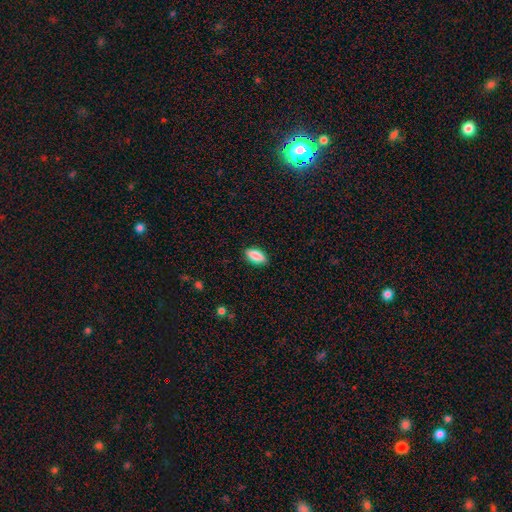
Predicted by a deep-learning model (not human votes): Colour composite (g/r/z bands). It shows a smooth galaxy with no disk features (87%) that is in between round and cigar-shaped (87%). Merging: none (88%).